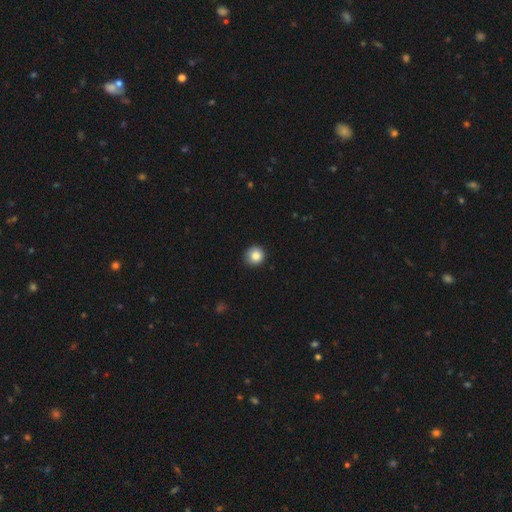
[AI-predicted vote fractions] This is clearly a smooth galaxy (85%). How rounded: clearly round (94%). Merging: clearly none (88%).